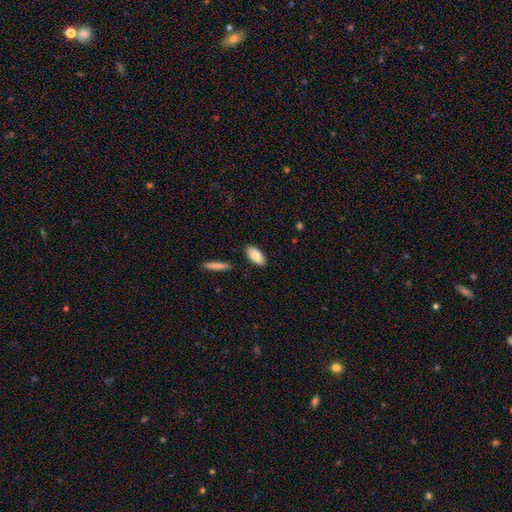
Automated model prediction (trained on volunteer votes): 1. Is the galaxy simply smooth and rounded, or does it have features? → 80% smooth, 14% featured or disk, 6% star or artifact.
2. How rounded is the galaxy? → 91% in between, 6% cigar-shaped, 2% round.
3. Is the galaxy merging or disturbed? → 86% none, 10% minor disturbance, 2% merger, 2% major disturbance.